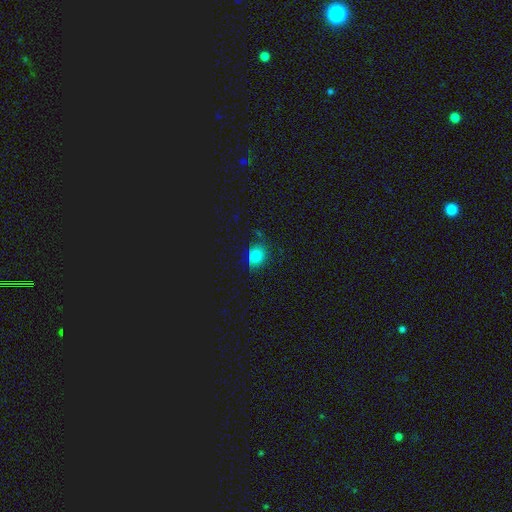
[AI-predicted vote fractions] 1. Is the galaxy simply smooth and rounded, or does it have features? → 78% smooth, 14% star or artifact, 8% featured or disk.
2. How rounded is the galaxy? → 51% round, 47% in between, 1% cigar-shaped.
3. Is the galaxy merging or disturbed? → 71% none, 22% minor disturbance, 5% major disturbance, 3% merger.